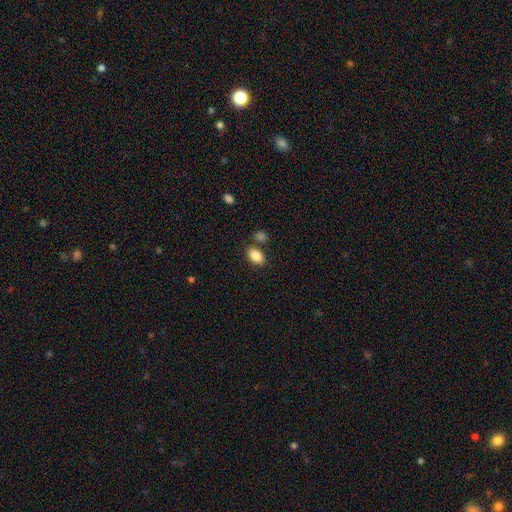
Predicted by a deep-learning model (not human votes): This appears to be a smooth galaxy with no disk features (87%) that is in between round and cigar-shaped (90%). Merging: none (73%).